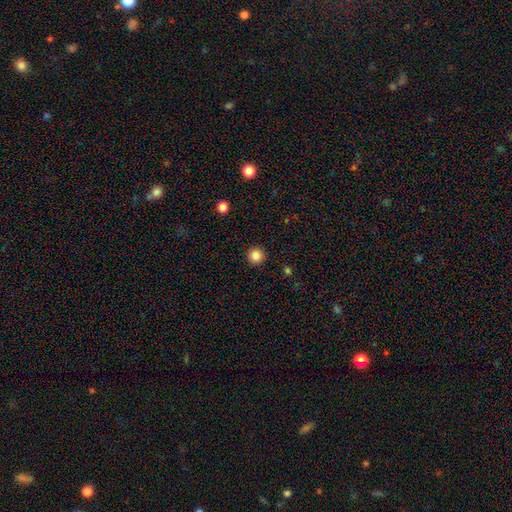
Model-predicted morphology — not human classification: The model was most divided on "smooth or featured": smooth: 86%, star or artifact: 11%, featured or disk: 4%. More confident: how rounded — round (96%); merging — none (93%).